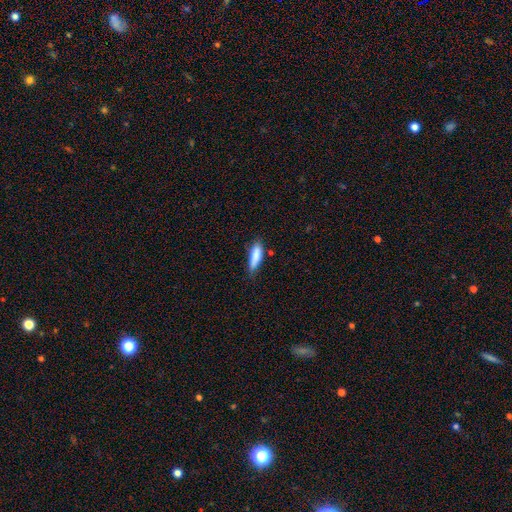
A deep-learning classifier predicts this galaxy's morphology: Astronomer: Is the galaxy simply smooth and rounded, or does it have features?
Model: smooth — 84%.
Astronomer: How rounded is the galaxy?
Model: cigar-shaped — 53% (runner-up: in between, 46%).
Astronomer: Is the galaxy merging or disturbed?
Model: none — 59%.